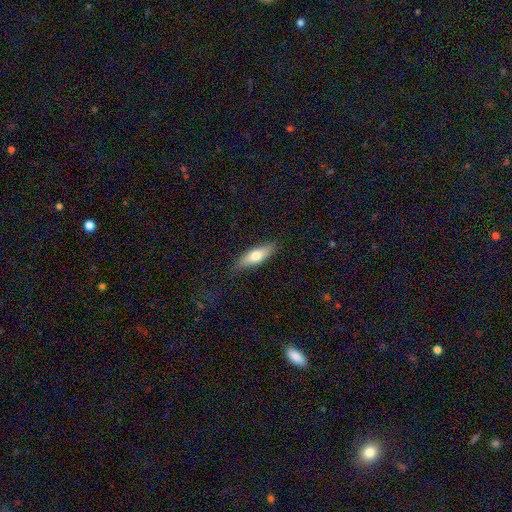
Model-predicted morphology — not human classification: Smooth or featured?
  - smooth: 67% *
  - featured or disk: 27%
  - star or artifact: 6%
How rounded?
  - in between: 55% *
  - cigar-shaped: 43%
  - round: 2%
Merging?
  - none: 83% *
  - minor disturbance: 13%
  - major disturbance: 3%
  - merger: 1%